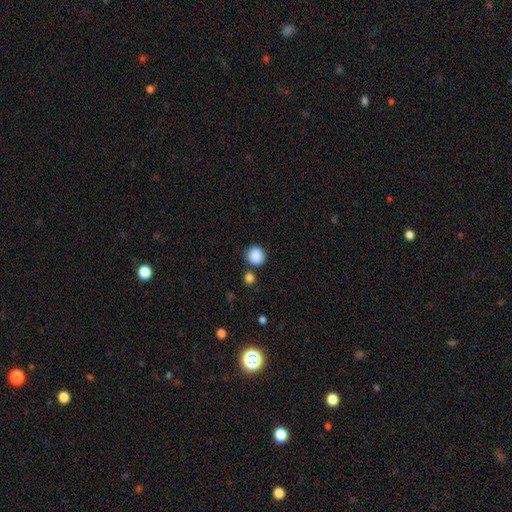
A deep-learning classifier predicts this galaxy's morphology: smooth_or_featured: smooth (p=0.88) [alt: star or artifact p=0.08]
how_rounded: round (p=0.87) [alt: in between p=0.12]
merging: none (p=0.76) [alt: minor disturbance p=0.12]